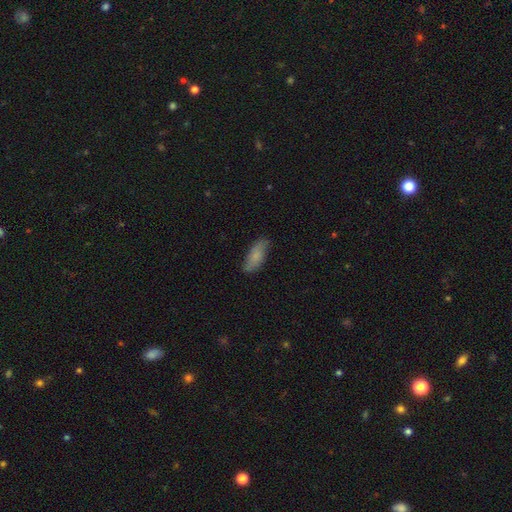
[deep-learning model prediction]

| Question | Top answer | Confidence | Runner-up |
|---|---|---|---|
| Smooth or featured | smooth | 74% | featured or disk (19%) |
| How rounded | in between | 74% | cigar-shaped (24%) |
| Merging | none | 76% | minor disturbance (19%) |